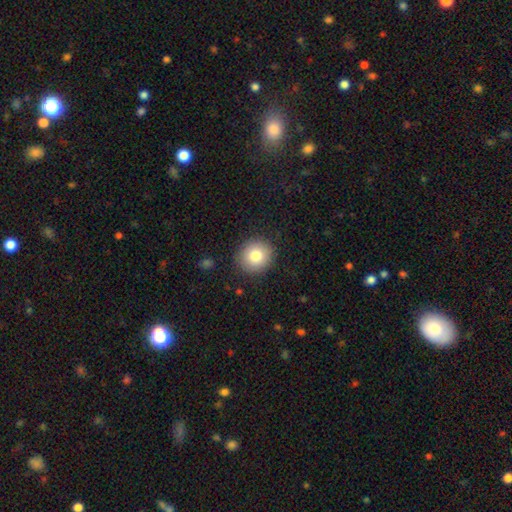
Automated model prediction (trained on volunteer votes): smooth_or_featured: smooth (p=0.81) [alt: featured or disk p=0.10]
how_rounded: round (p=0.88) [alt: in between p=0.11]
merging: none (p=0.89) [alt: minor disturbance p=0.08]